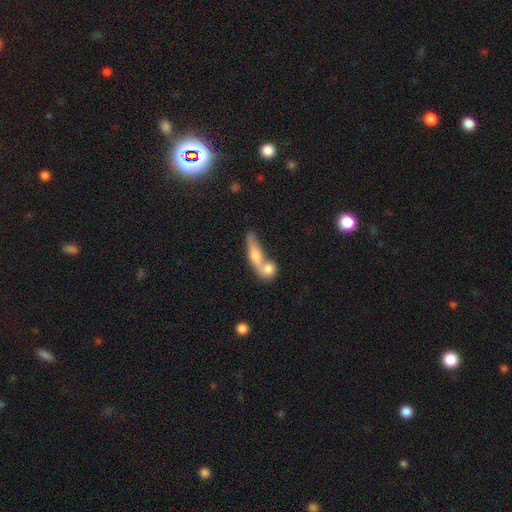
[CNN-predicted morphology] Q: Smooth or featured?
A: smooth (57%); runner-up: featured or disk (34%)
Q: How rounded?
A: cigar-shaped (54%); runner-up: in between (35%)
Q: Merging?
A: merger (54%); runner-up: none (33%)